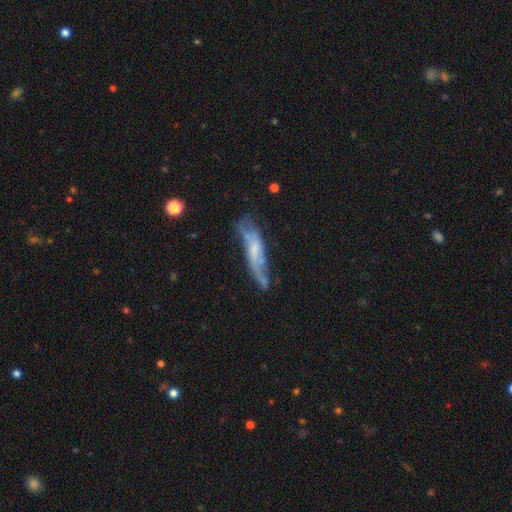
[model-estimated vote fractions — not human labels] Overall: featured or disk (62%; smooth 27%). Edge-on disk: no (58%; yes 42%). Merging: none (55%; minor disturbance 26%).